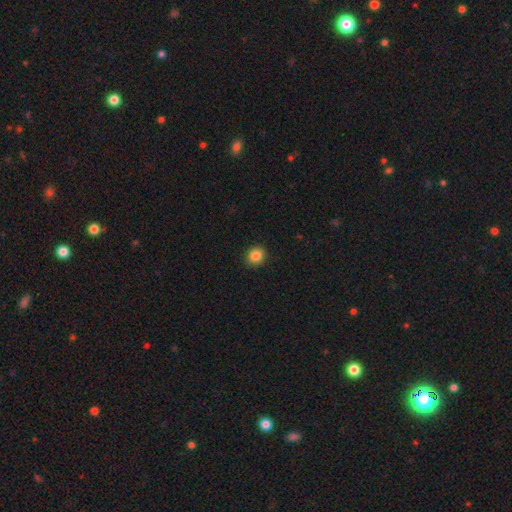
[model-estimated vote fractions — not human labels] smooth-or-featured: smooth: 85% | star or artifact: 10% | featured or disk: 5%
  how-rounded: round: 79% | in between: 20% | cigar-shaped: 1%
  merging: none: 91% | minor disturbance: 6% | major disturbance: 2% | merger: 1%